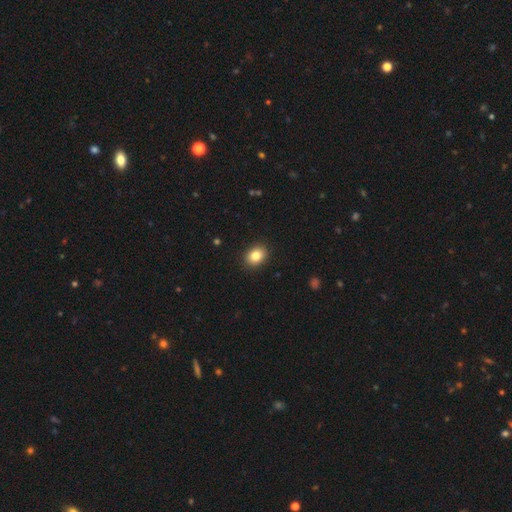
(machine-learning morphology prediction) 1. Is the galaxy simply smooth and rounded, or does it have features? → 85% smooth, 9% star or artifact, 6% featured or disk.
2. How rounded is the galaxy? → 53% in between, 46% round, 1% cigar-shaped.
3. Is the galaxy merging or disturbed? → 90% none, 7% minor disturbance, 2% major disturbance, 1% merger.